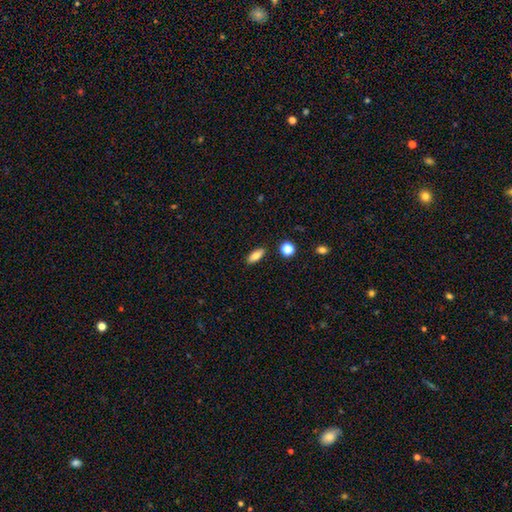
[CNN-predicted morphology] This is likely a smooth galaxy (78%). How rounded: likely in between (73%). Merging: clearly none (88%).